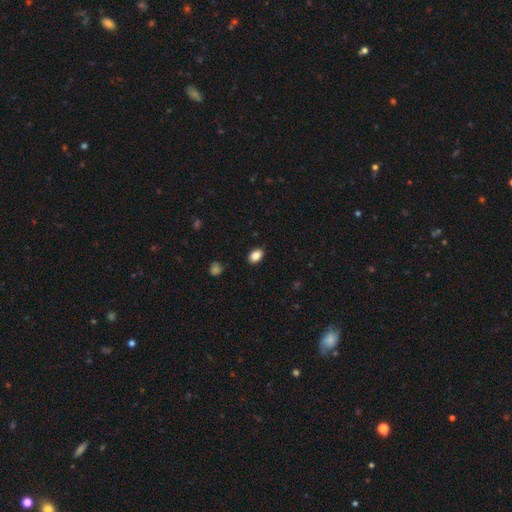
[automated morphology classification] Smooth or featured?
  - smooth: 87% *
  - star or artifact: 9%
  - featured or disk: 5%
How rounded?
  - in between: 82% *
  - round: 16%
  - cigar-shaped: 1%
Merging?
  - none: 88% *
  - minor disturbance: 9%
  - major disturbance: 2%
  - merger: 1%